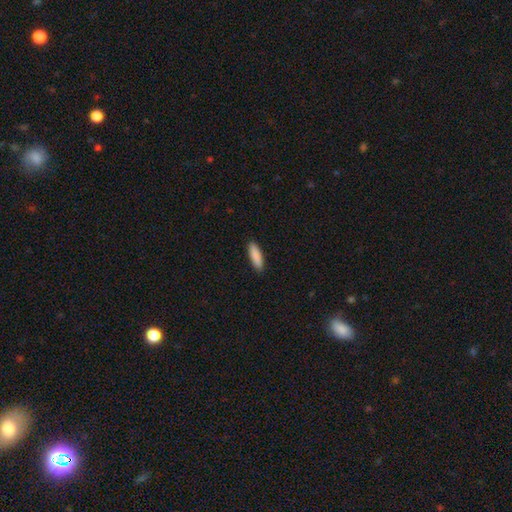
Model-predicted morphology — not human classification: Smooth or featured? Predicted: smooth (p=0.90). How rounded? Predicted: cigar-shaped (p=0.60). Merging? Predicted: none (p=0.91).